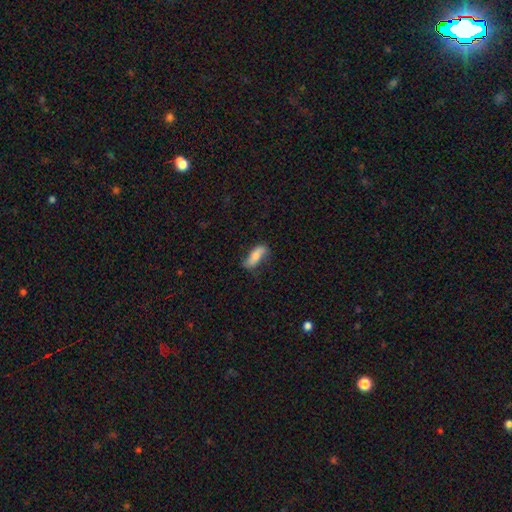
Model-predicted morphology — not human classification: Smooth or featured? smooth (58%)
How rounded? in between (63%)
Merging? none (67%)